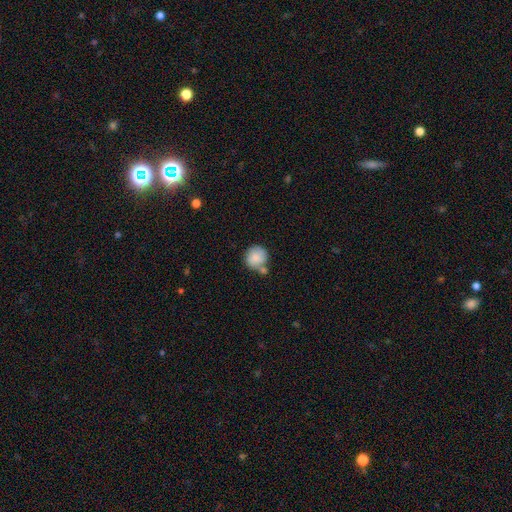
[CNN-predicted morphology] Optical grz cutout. It shows a smooth galaxy with no disk features (84%) that is round (89%). Merging: none (52%).